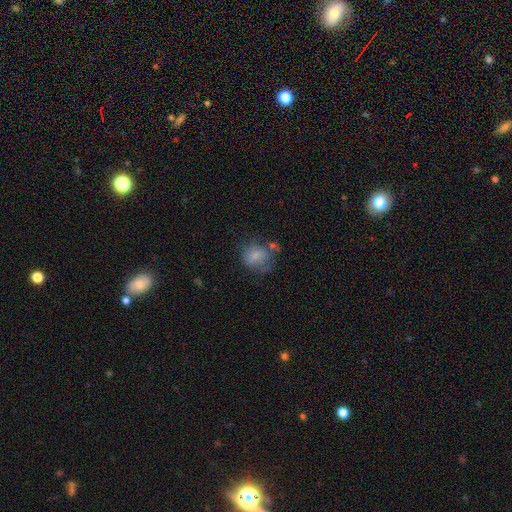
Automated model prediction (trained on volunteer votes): Smooth or featured? smooth (65%)
How rounded? round (56%)
Merging? none (39%)